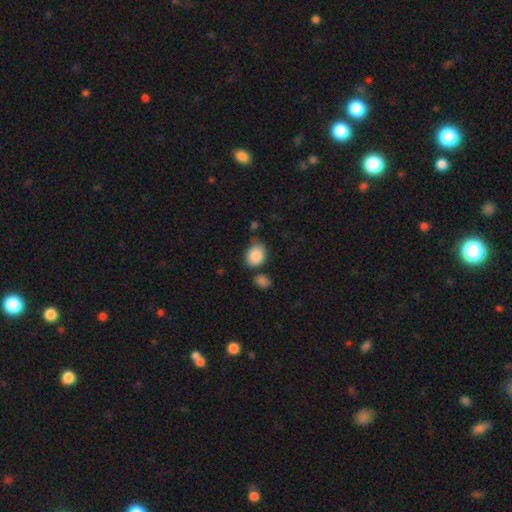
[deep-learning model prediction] This appears to be a smooth galaxy with no disk features (88%) that is in between round and cigar-shaped (58%). Merging: none (65%).